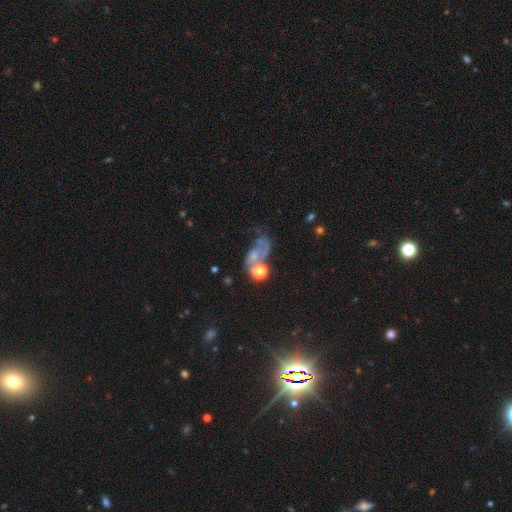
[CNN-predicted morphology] The model was most divided on "merging": major disturbance: 33%, none: 28%, merger: 21%, minor disturbance: 18%. Remaining: smooth or featured — featured or disk (44%).